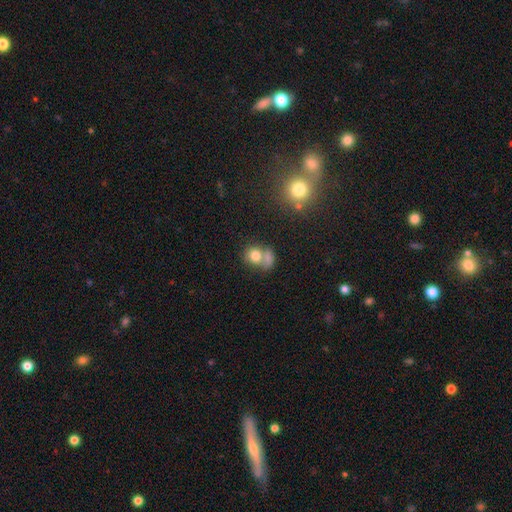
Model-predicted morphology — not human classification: smooth 75%, featured or disk 14%, star or artifact 11%. Down the decision tree: how rounded — round (63%); merging — merger (51%).